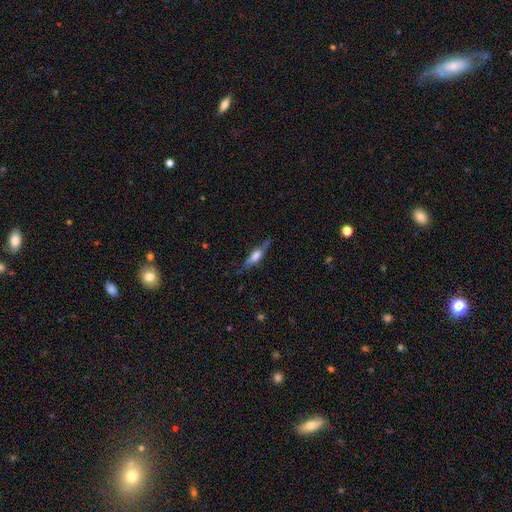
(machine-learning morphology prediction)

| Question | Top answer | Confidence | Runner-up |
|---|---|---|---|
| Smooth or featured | smooth | 51% | featured or disk (40%) |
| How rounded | cigar-shaped | 50% | in between (46%) |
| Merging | none | 61% | minor disturbance (25%) |